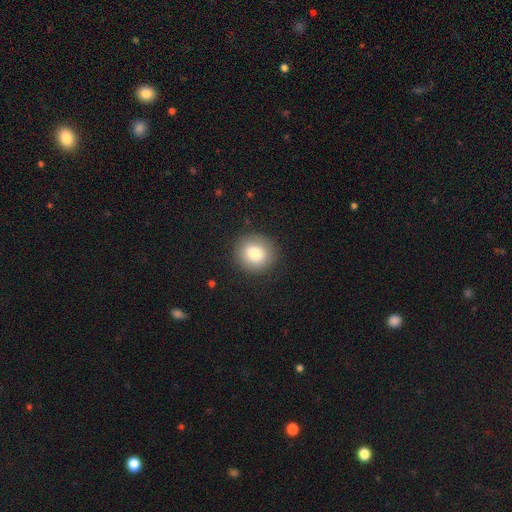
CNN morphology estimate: smooth_or_featured: smooth (p=0.83) [alt: star or artifact p=0.09]
how_rounded: round (p=0.87) [alt: in between p=0.12]
merging: none (p=0.89) [alt: minor disturbance p=0.07]